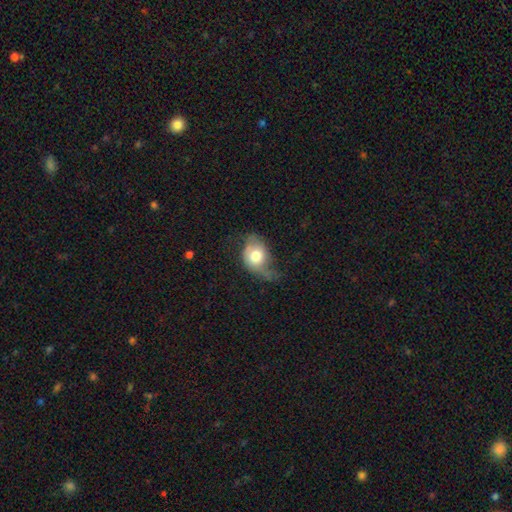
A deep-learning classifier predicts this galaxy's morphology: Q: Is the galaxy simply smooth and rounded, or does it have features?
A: smooth — 62%.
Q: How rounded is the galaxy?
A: in between — 62%.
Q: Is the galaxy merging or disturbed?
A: minor disturbance — 36%.